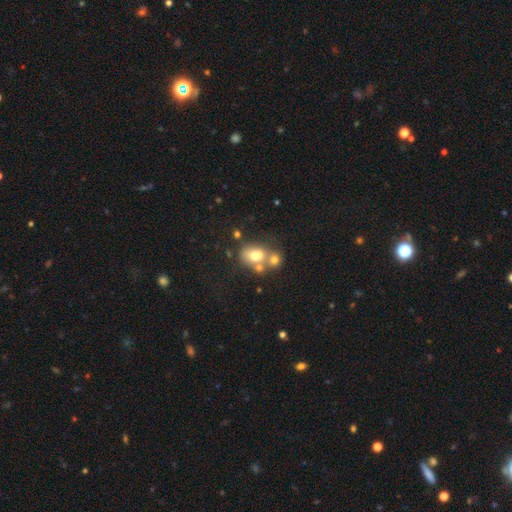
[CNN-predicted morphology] smooth 70%, featured or disk 19%, star or artifact 11%. Down the decision tree: how rounded — in between (58%); merging — merger (48%).